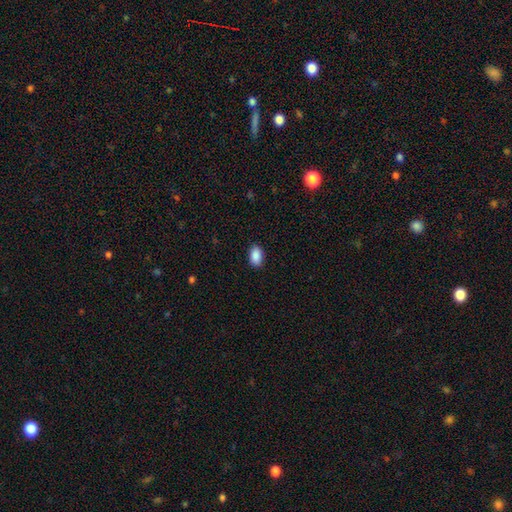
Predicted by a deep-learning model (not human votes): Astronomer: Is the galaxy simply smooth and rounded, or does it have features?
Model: smooth — 90%.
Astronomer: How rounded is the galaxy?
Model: in between — 92%.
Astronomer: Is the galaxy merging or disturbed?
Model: none — 88%.